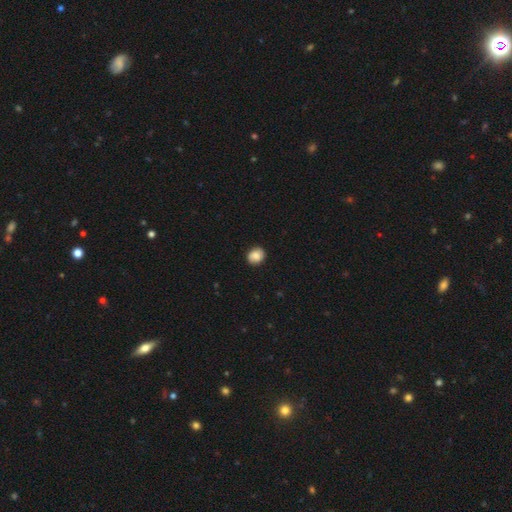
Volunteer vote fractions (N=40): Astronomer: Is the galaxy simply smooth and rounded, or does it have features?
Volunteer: smooth — 72%.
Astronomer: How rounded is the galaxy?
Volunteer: round — 83%.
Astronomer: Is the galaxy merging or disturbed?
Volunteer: none — 89%.